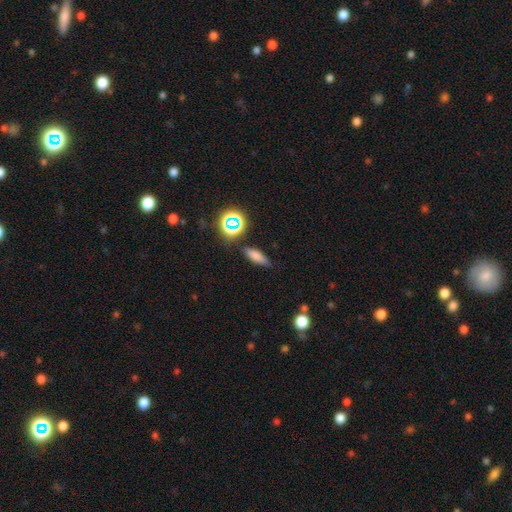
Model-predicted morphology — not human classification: smooth_or_featured: smooth (p=0.72) [alt: star or artifact p=0.15]
how_rounded: in between (p=0.51) [alt: cigar-shaped p=0.42]
merging: none (p=0.78) [alt: minor disturbance p=0.15]